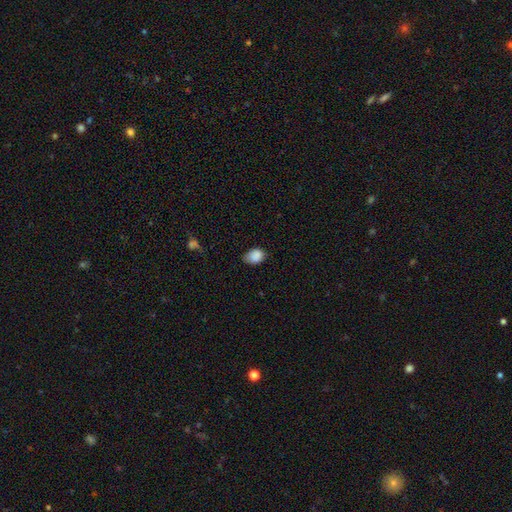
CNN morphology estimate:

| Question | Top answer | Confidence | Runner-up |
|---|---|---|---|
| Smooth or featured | smooth | 87% | star or artifact (8%) |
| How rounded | in between | 79% | round (20%) |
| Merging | none | 65% | minor disturbance (28%) |